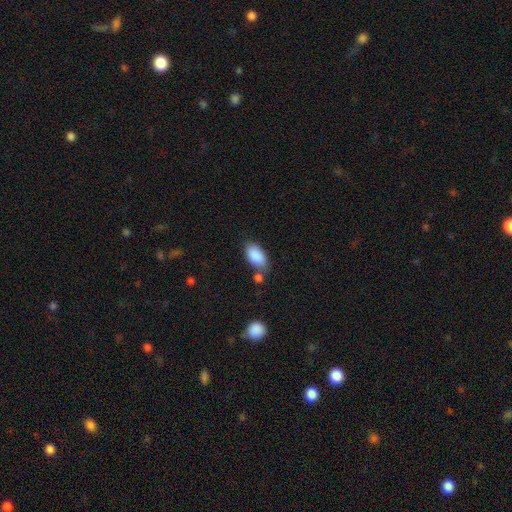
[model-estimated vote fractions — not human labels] smooth_or_featured: smooth (p=0.88) [alt: star or artifact p=0.07]
how_rounded: in between (p=0.94) [alt: round p=0.04]
merging: none (p=0.64) [alt: minor disturbance p=0.18]